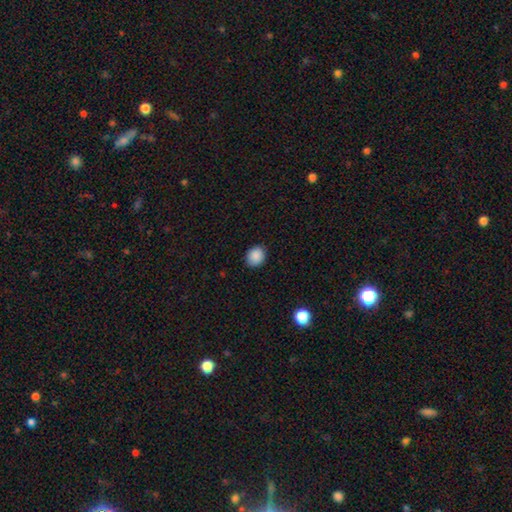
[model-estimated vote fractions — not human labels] Q: Smooth or featured?
A: smooth (88%); runner-up: star or artifact (8%)
Q: How rounded?
A: round (57%); runner-up: in between (42%)
Q: Merging?
A: none (87%); runner-up: minor disturbance (10%)